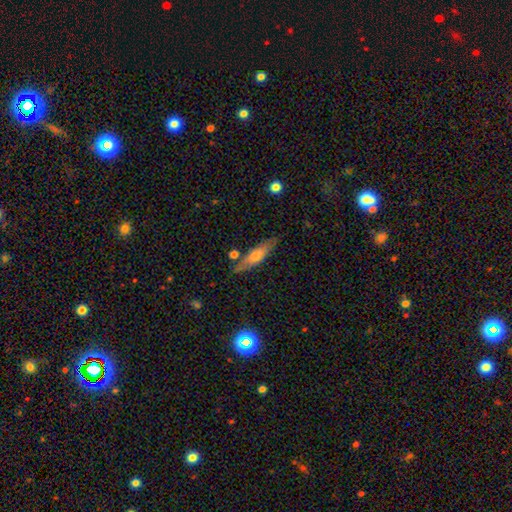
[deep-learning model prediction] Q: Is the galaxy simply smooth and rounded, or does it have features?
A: smooth — 54%.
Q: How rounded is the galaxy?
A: cigar-shaped — 69%.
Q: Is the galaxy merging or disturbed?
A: none — 78%.